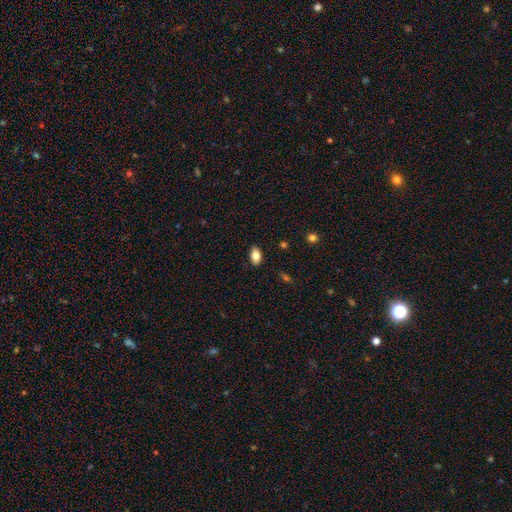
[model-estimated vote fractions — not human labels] smooth_or_featured: smooth (p=0.83) [alt: featured or disk p=0.09]
how_rounded: in between (p=0.90) [alt: round p=0.08]
merging: none (p=0.88) [alt: minor disturbance p=0.09]